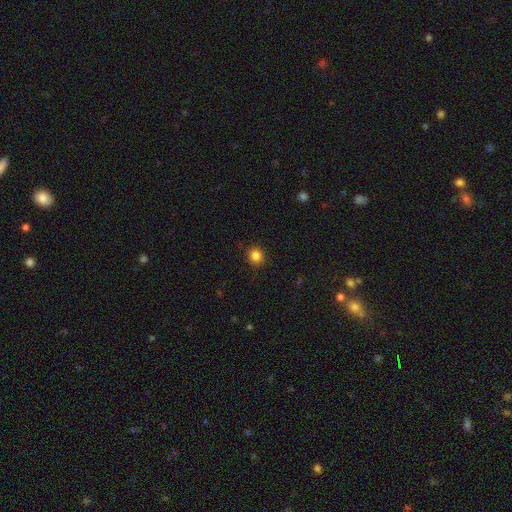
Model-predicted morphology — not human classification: A smooth galaxy with no disk features (84%) that is round (90%).

Vote fractions:
- Smooth or featured? smooth: 84% / star or artifact: 12% / featured or disk: 4%
- How rounded? round: 90% / in between: 9% / cigar-shaped: 1%
- Merging? none: 89% / minor disturbance: 8% / major disturbance: 2% / merger: 1%